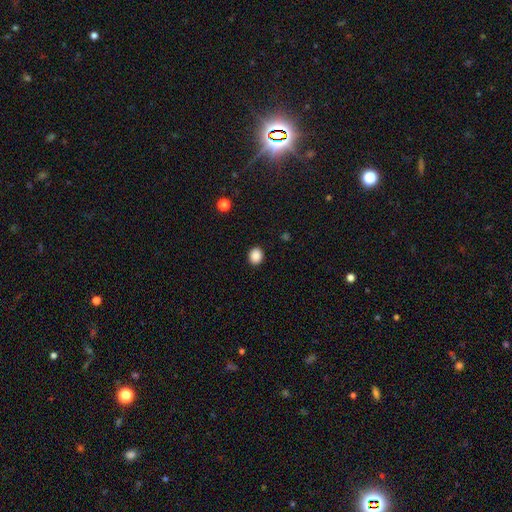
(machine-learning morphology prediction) A smooth galaxy with no disk features (88%) that is round (71%). Merging: none (91%).